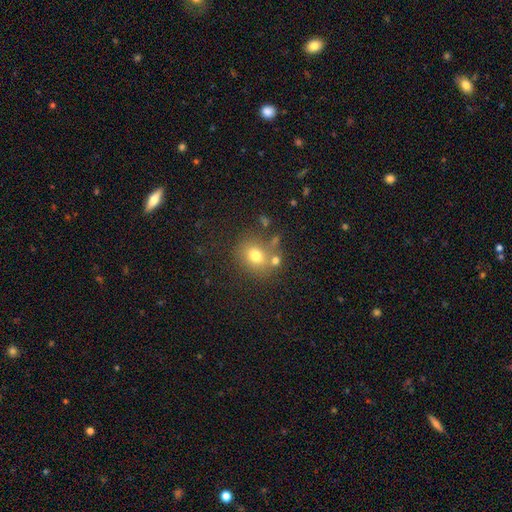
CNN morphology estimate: Smooth or featured: smooth — 73% (star or artifact — 14%)
How rounded: round — 64% (in between — 35%)
Merging: none — 66% (merger — 15%)